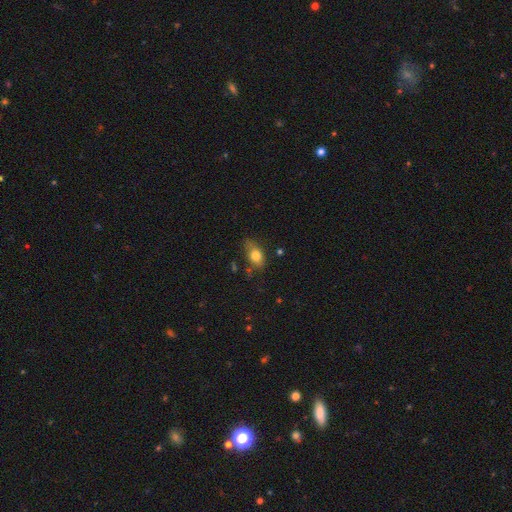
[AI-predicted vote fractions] The model was most divided on "merging": none: 60%, minor disturbance: 28%, major disturbance: 8%, merger: 4%. More confident: how rounded — in between (80%); smooth or featured — smooth (78%).